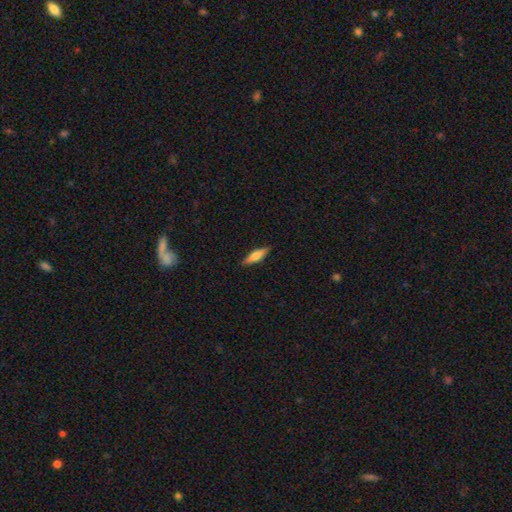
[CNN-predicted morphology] A smooth galaxy with no disk features (64%) that is cigar-shaped (66%). Merging: none (88%).